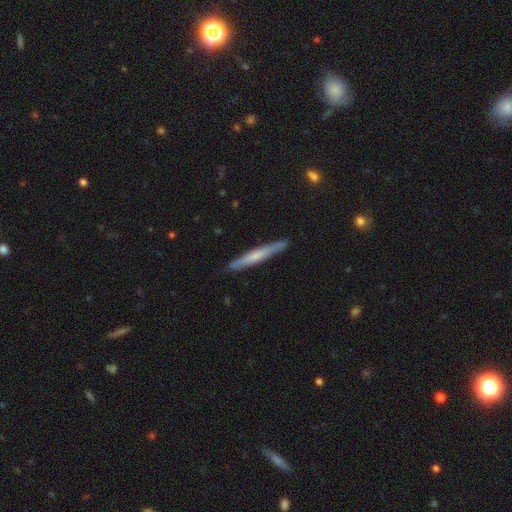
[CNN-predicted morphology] A featured or disk galaxy (49%).

Vote fractions:
- Smooth or featured? featured or disk: 49% / smooth: 46% / star or artifact: 5%
- Merging? none: 89% / minor disturbance: 8% / major disturbance: 1% / merger: 1%